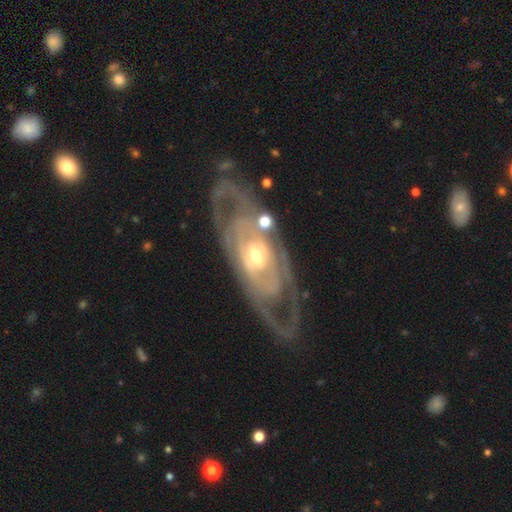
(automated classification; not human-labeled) Overall: featured or disk (86%). Edge-on disk: no (90%). Bar: no (63%; weak 26%). Spiral arms: yes (83%). Spiral arm count: can't tell (44%; 2 30%). Spiral winding: tight (68%). Bulge size: small (49%; moderate 45%). Merging: none (71%).